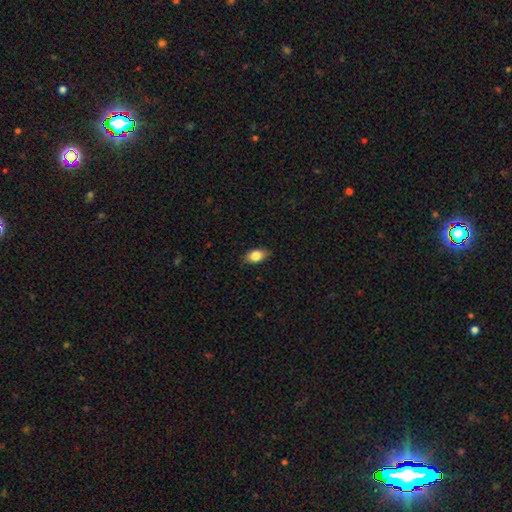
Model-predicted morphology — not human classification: A smooth galaxy with no disk features (83%) that is in between round and cigar-shaped (88%). Merging: none (85%).